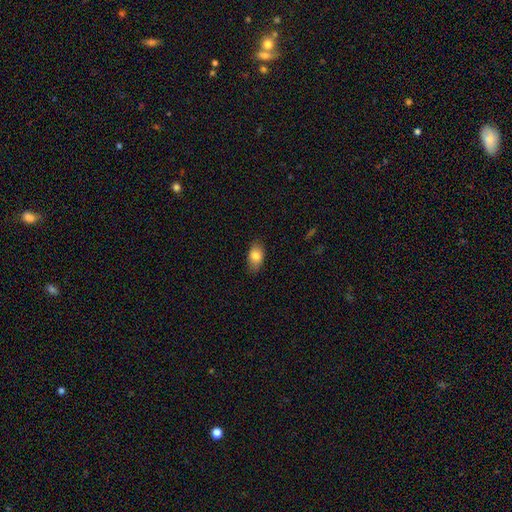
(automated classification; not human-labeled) smooth_or_featured: smooth (p=0.81) [alt: featured or disk p=0.12]
how_rounded: in between (p=0.90) [alt: round p=0.07]
merging: none (p=0.84) [alt: minor disturbance p=0.12]